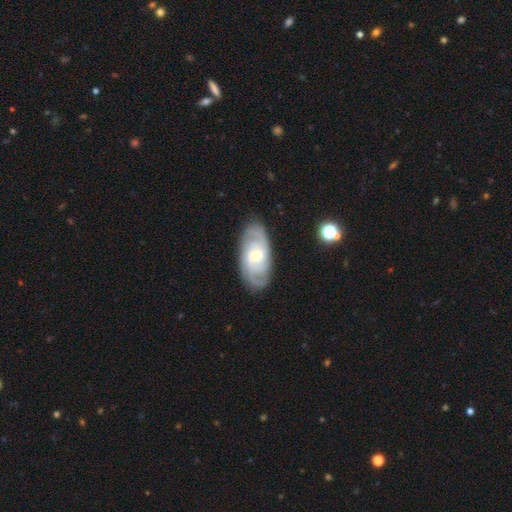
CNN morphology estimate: This appears to be a featured or disk galaxy (82%) with no bar (55%), 2 (30%) tight (60%) spiral arms (95%) and a moderate central bulge (48%, tied with small). Merging: none (83%).